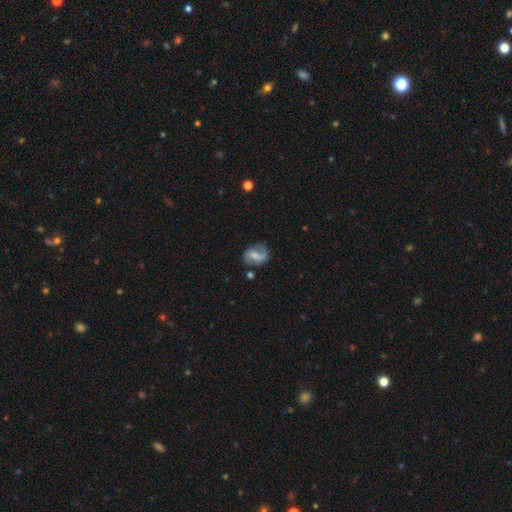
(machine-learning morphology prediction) smooth-or-featured: featured or disk: 64% | smooth: 28% | star or artifact: 7%
  disk-edge-on: no: 97% | yes: 3%
    bar: weak: 47% | no: 34% | strong: 19%
    has-spiral-arms: yes: 88% | no: 12%
      spiral-winding: medium: 42% | loose: 41% | tight: 17%
      spiral-arm-count: 2: 80% | 1: 9% | can't tell: 8% | 3: 1% | 4: 1% | more than 4: 1%
    bulge-size: moderate: 46% | small: 43% | none: 6% | large: 3% | dominant: 1%
  merging: none: 66% | minor disturbance: 22% | major disturbance: 8% | merger: 4%